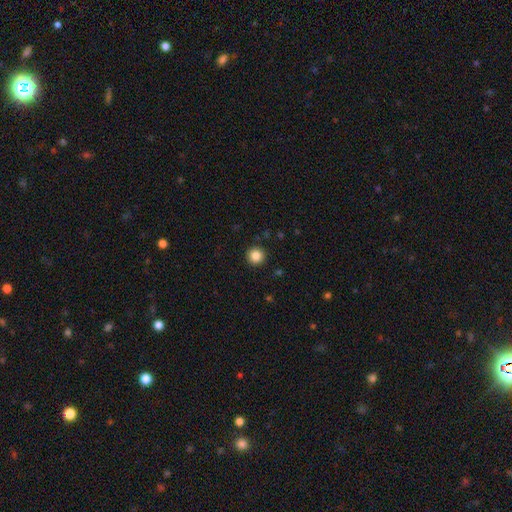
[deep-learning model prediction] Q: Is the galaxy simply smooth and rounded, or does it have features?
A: smooth — 86%.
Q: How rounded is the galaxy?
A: round — 96%.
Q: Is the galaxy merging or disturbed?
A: none — 93%.